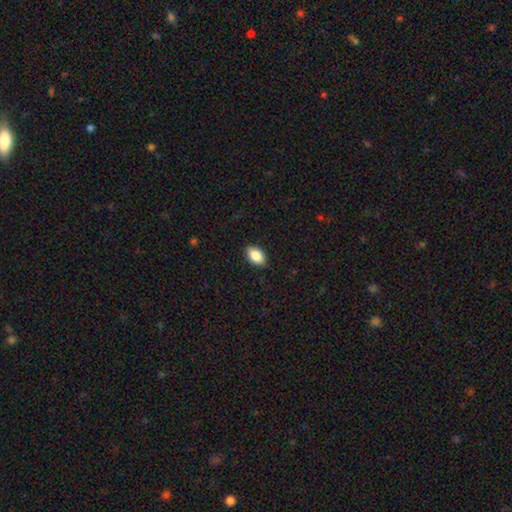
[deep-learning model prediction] The model was most divided on "merging": none: 87%, minor disturbance: 10%, major disturbance: 2%, merger: 1%. More confident: how rounded — in between (91%); smooth or featured — smooth (85%).